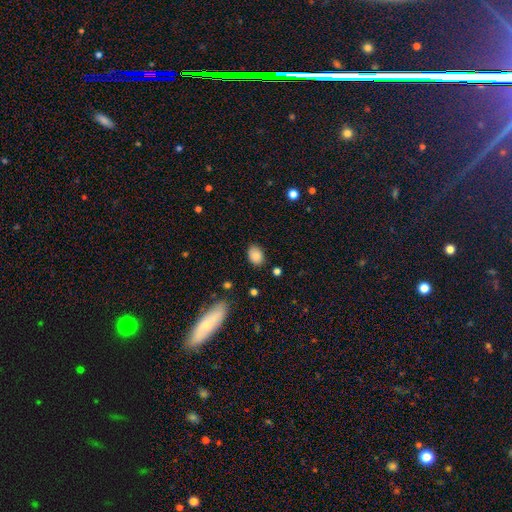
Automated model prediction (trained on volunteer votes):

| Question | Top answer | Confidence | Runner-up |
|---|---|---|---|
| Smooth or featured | smooth | 86% | star or artifact (9%) |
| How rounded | in between | 76% | round (23%) |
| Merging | none | 84% | minor disturbance (12%) |